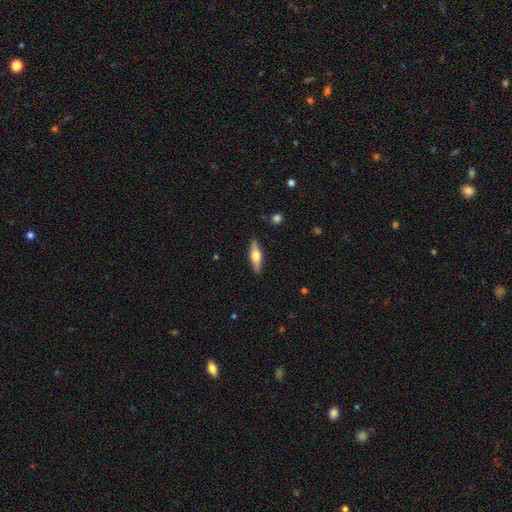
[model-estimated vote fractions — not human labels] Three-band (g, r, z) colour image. It shows a featured or disk galaxy (49%). Merging: none (88%).